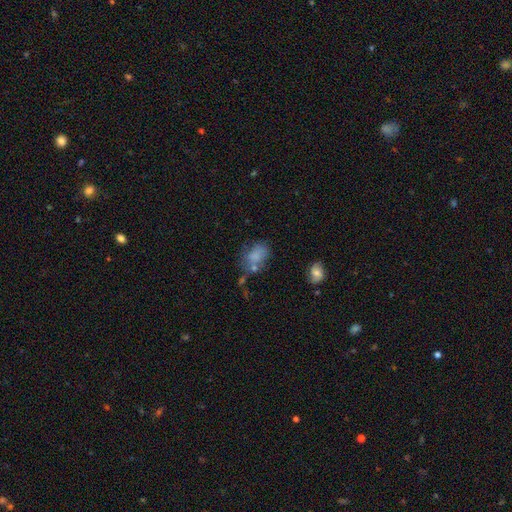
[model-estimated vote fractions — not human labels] The model was most divided on "merging": none: 45%, minor disturbance: 25%, merger: 16%, major disturbance: 14%. More confident: how rounded — in between (74%); smooth or featured — smooth (74%).